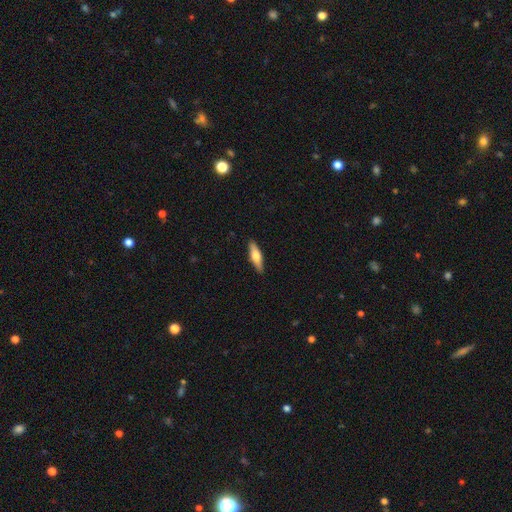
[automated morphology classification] Smooth or featured?
  - smooth: 55% *
  - featured or disk: 40%
  - star or artifact: 6%
How rounded?
  - cigar-shaped: 65% *
  - in between: 33%
  - round: 2%
Merging?
  - none: 89% *
  - minor disturbance: 8%
  - major disturbance: 2%
  - merger: 1%